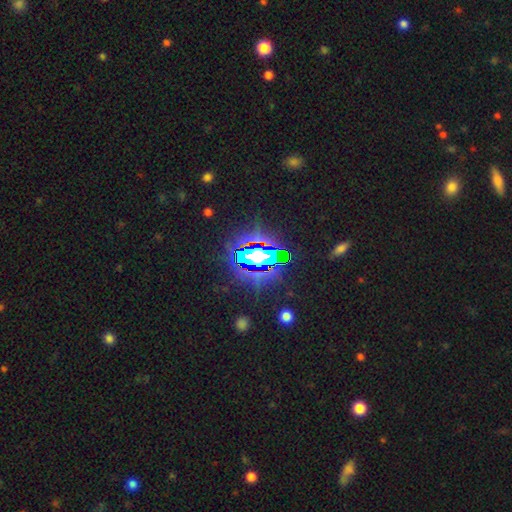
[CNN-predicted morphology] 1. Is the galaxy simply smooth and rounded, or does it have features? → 70% star or artifact, 17% smooth, 13% featured or disk.